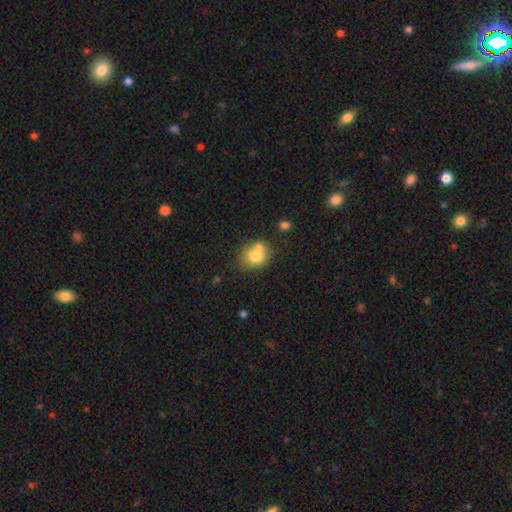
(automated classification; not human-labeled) Morphology: type=smooth (73%); roundness=round (66%); merging=none (46%).